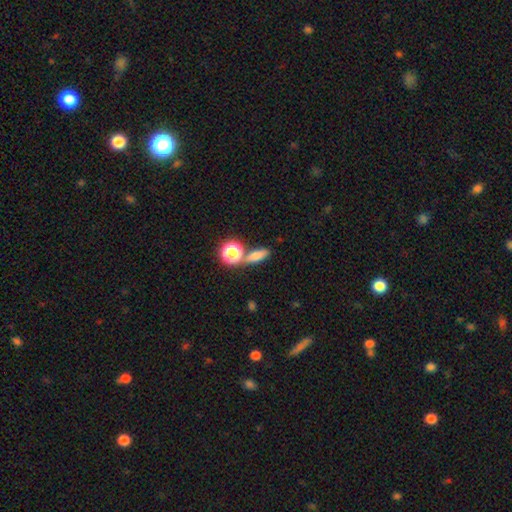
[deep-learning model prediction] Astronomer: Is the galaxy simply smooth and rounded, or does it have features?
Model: smooth — 72%.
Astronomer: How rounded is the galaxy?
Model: in between — 46% (runner-up: cigar-shaped, 29%).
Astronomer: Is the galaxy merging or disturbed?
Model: none — 67%.